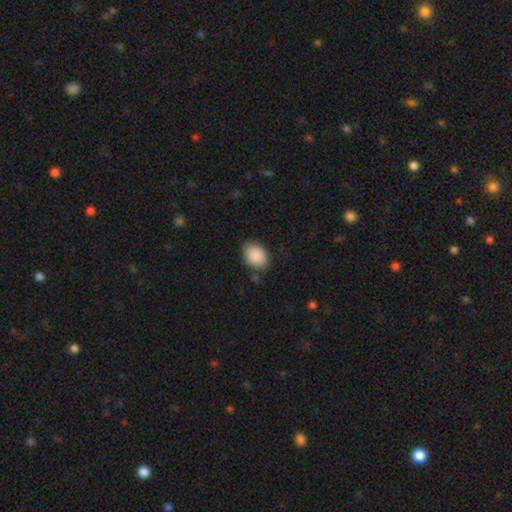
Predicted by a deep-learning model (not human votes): smooth-or-featured: smooth: 89% | star or artifact: 7% | featured or disk: 4%
  how-rounded: in between: 71% | round: 28% | cigar-shaped: 1%
  merging: none: 79% | minor disturbance: 15% | major disturbance: 4% | merger: 2%